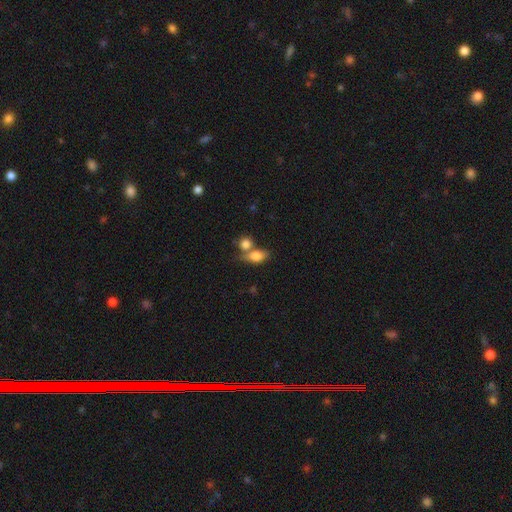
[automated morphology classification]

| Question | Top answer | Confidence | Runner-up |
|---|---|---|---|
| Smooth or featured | smooth | 80% | featured or disk (11%) |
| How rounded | in between | 76% | round (19%) |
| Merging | merger | 48% | none (35%) |